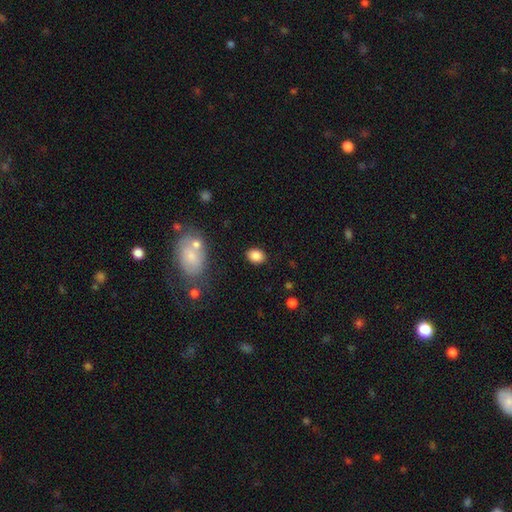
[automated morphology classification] A smooth galaxy with no disk features (86%) that is in between round and cigar-shaped (66%).

Vote fractions:
- Smooth or featured? smooth: 86% / star or artifact: 9% / featured or disk: 5%
- How rounded? in between: 66% / round: 33% / cigar-shaped: 1%
- Merging? none: 86% / minor disturbance: 9% / major disturbance: 3% / merger: 2%